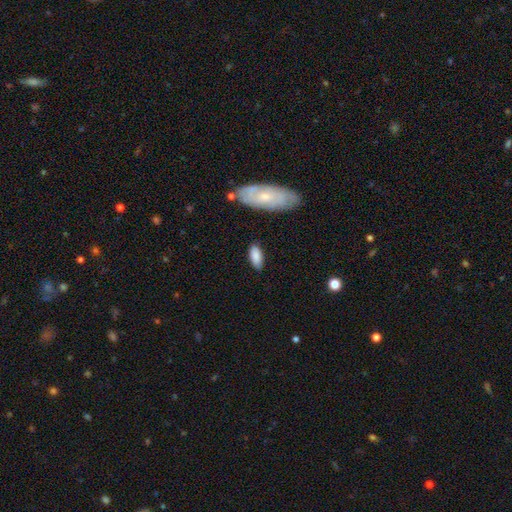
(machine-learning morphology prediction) A smooth galaxy with no disk features (85%) that is in between round and cigar-shaped (82%).

Vote fractions:
- Smooth or featured? smooth: 85% / featured or disk: 9% / star or artifact: 6%
- How rounded? in between: 82% / cigar-shaped: 16% / round: 2%
- Merging? none: 80% / minor disturbance: 15% / major disturbance: 3% / merger: 3%